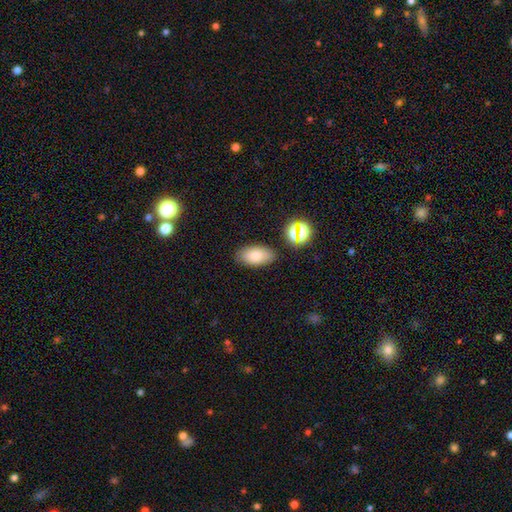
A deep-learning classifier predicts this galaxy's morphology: Smooth or featured?
  - smooth: 78% *
  - star or artifact: 11%
  - featured or disk: 11%
How rounded?
  - in between: 92% *
  - round: 5%
  - cigar-shaped: 3%
Merging?
  - none: 82% *
  - minor disturbance: 12%
  - merger: 3%
  - major disturbance: 3%